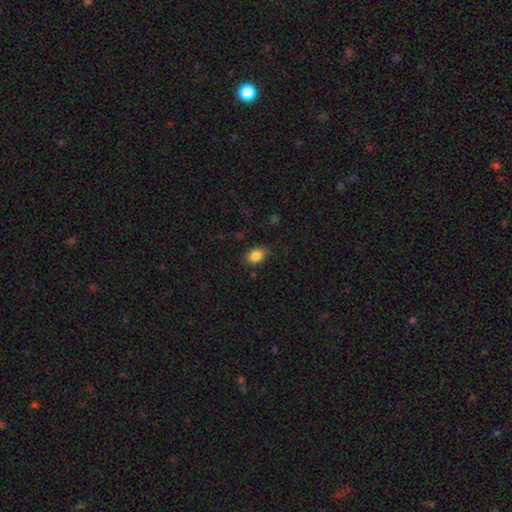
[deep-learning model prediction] This appears to be a smooth galaxy with no disk features (85%) that is in between round and cigar-shaped (81%). Merging: none (80%).